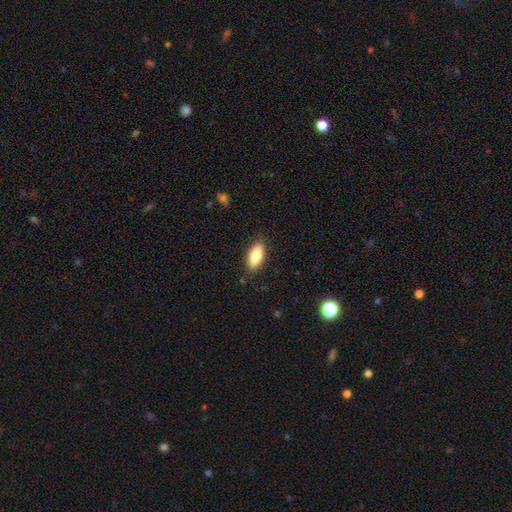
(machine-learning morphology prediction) Smooth or featured? smooth (78%)
How rounded? in between (82%)
Merging? none (86%)